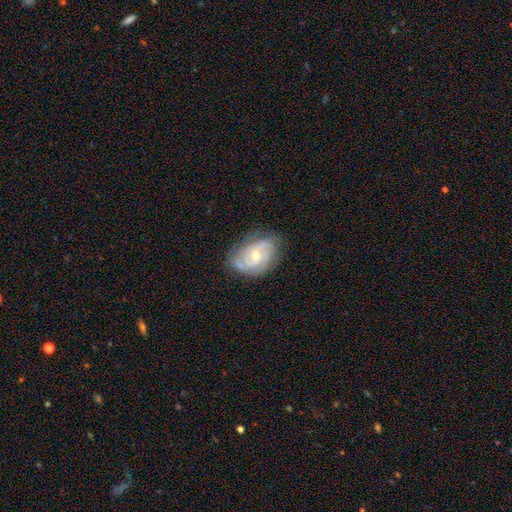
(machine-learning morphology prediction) Smooth or featured: featured or disk — 81% (smooth — 12%)
Edge-on disk: no — 97% (yes — 3%)
Bar: no — 59% (weak — 34%)
Spiral arms: yes — 94% (no — 6%)
Spiral winding: tight — 52% (medium — 38%)
Spiral arm count: 2 — 41% (3 — 26%)
Bulge size: moderate — 51% (small — 45%)
Merging: none — 71% (minor disturbance — 21%)